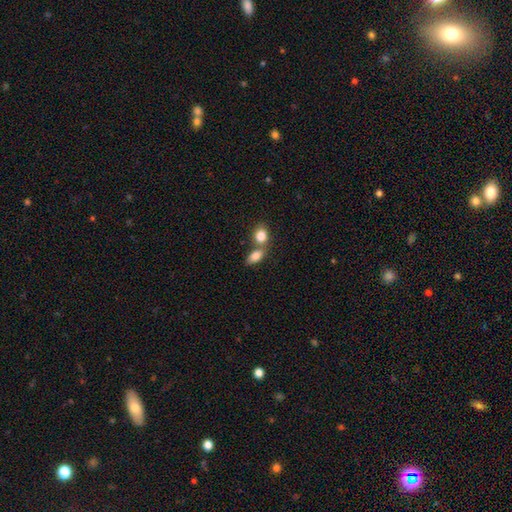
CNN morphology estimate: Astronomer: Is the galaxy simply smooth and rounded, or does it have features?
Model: smooth — 83%.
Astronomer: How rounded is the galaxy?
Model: in between — 80%.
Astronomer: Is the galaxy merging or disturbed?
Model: merger — 46% (runner-up: none, 42%).